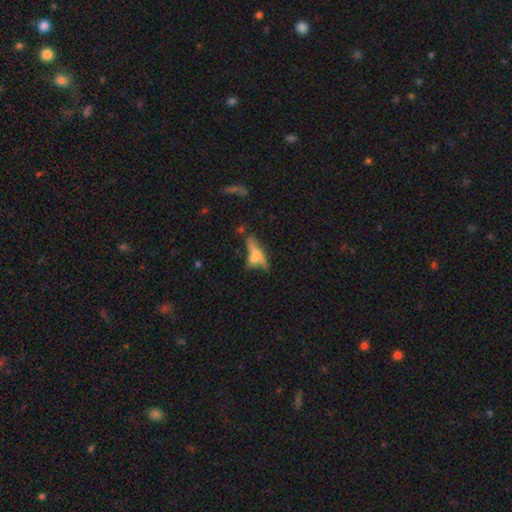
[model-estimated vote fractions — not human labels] Morphology: type=smooth (49%); merging=none (37%).